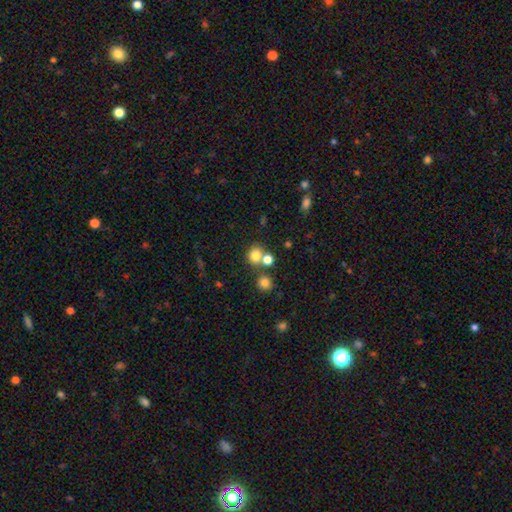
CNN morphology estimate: Smooth or featured? Predicted: smooth (p=0.78). How rounded? Predicted: round (p=0.76). Merging? Predicted: none (p=0.59).